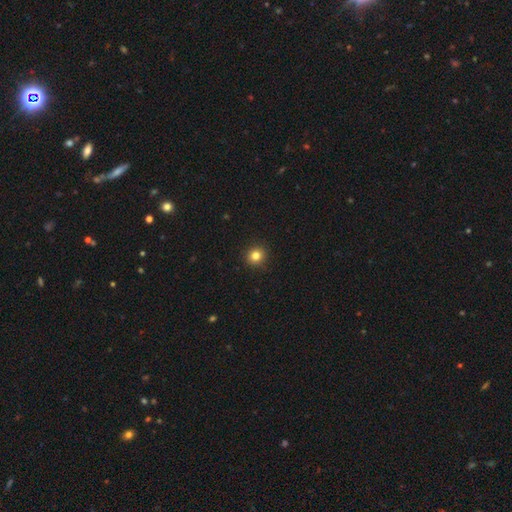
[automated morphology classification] smooth-or-featured: smooth: 82% | star or artifact: 13% | featured or disk: 5%
  how-rounded: round: 91% | in between: 9% | cigar-shaped: 1%
  merging: none: 92% | minor disturbance: 5% | major disturbance: 2% | merger: 1%